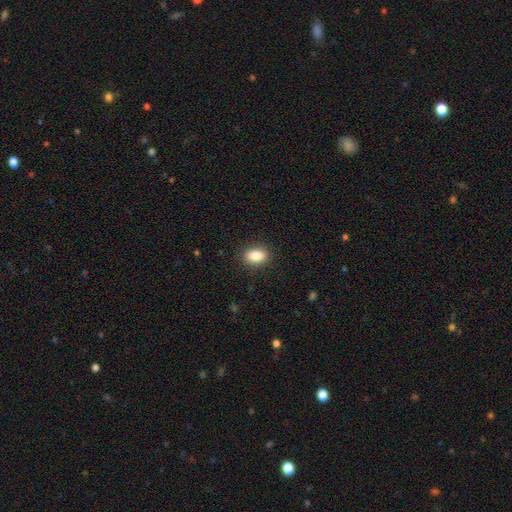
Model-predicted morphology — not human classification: Smooth or featured? smooth (86%)
How rounded? in between (78%)
Merging? none (89%)